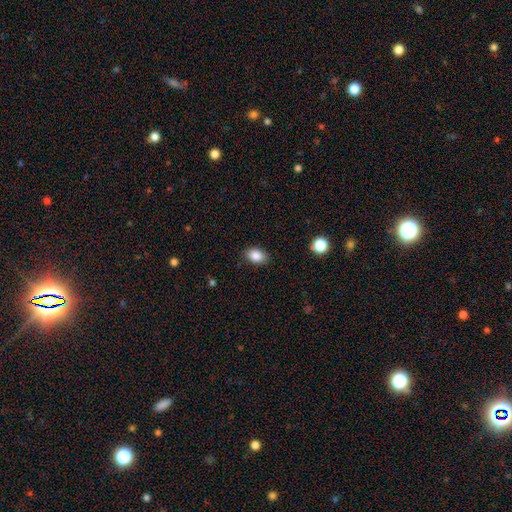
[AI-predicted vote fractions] A smooth galaxy with no disk features (86%) that is in between round and cigar-shaped (77%).

Vote fractions:
- Smooth or featured? smooth: 86% / star or artifact: 9% / featured or disk: 5%
- How rounded? in between: 77% / round: 22% / cigar-shaped: 1%
- Merging? none: 86% / minor disturbance: 11% / major disturbance: 2% / merger: 1%